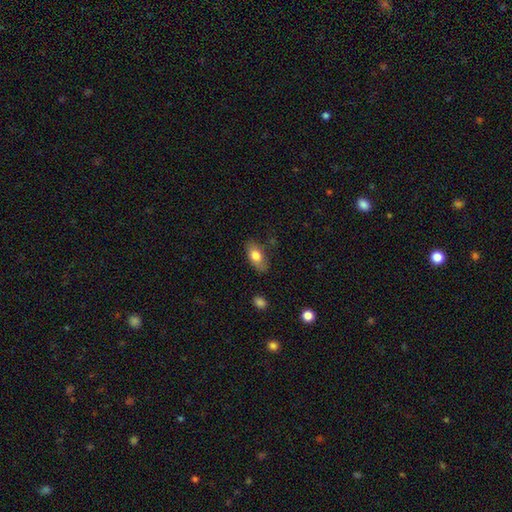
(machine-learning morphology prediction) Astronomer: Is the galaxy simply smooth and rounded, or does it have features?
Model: smooth — 77%.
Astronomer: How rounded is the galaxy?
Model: in between — 87%.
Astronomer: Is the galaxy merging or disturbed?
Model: none — 77%.